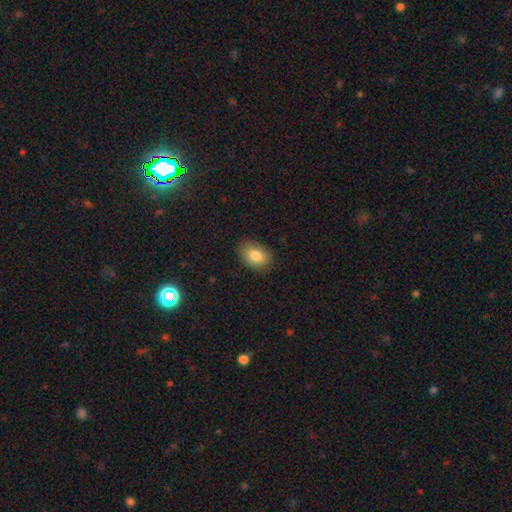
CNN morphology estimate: smooth_or_featured: smooth (p=0.84) [alt: featured or disk p=0.09]
how_rounded: in between (p=0.84) [alt: round p=0.15]
merging: none (p=0.83) [alt: minor disturbance p=0.13]